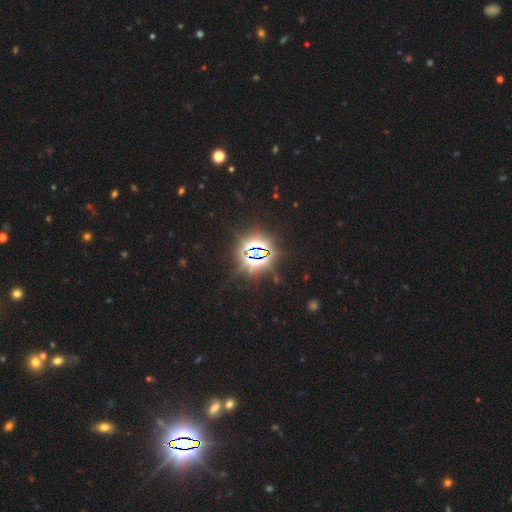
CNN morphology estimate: Overall: star or artifact (84%).